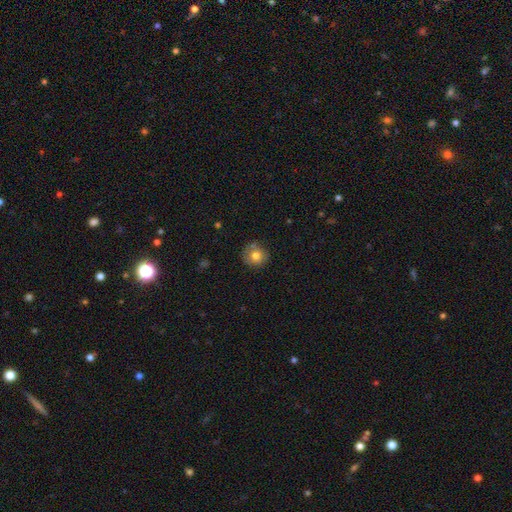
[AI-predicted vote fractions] smooth 75%, featured or disk 15%, star or artifact 10%. Down the decision tree: how rounded — round (88%); merging — none (76%).